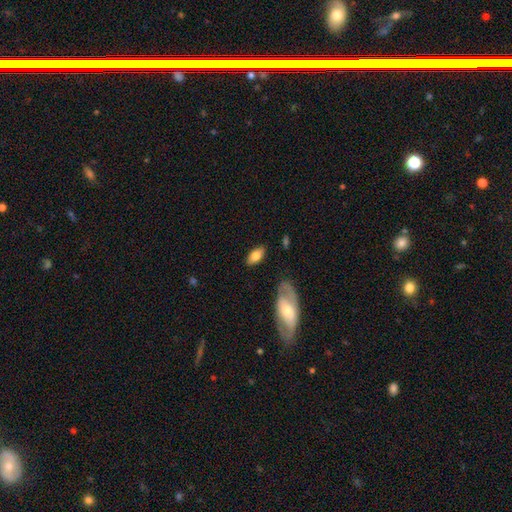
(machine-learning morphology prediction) The model was most divided on "smooth or featured": smooth: 73%, featured or disk: 20%, star or artifact: 7%. More confident: how rounded — in between (90%); merging — none (82%).